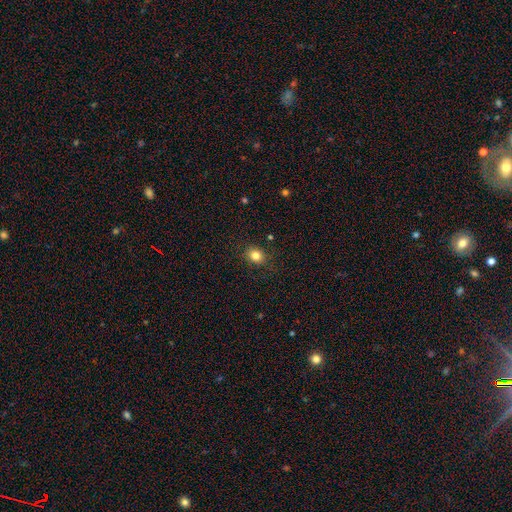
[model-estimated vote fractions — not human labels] The model was most divided on "how rounded": round: 70%, in between: 29%, cigar-shaped: 1%. More confident: merging — none (86%); smooth or featured — smooth (82%).